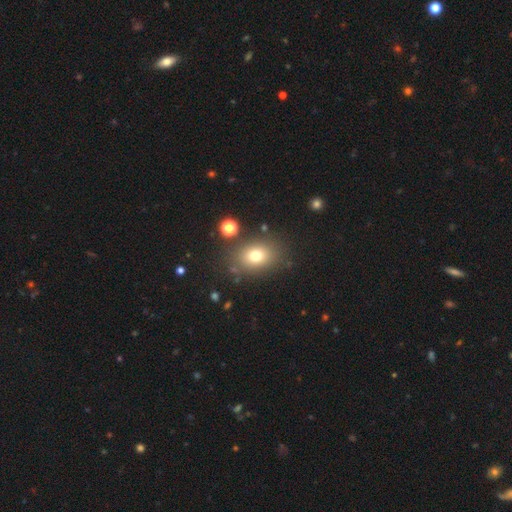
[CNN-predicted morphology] Smooth or featured? Predicted: smooth (p=0.74). How rounded? Predicted: in between (p=0.60). Merging? Predicted: none (p=0.81).